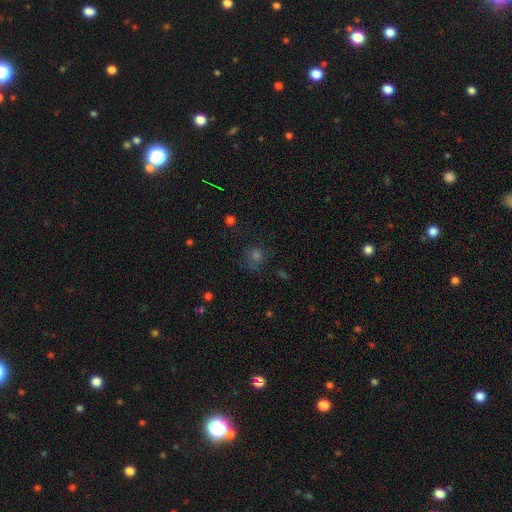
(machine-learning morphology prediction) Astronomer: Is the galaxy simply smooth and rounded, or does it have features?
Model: smooth — 54% (runner-up: star or artifact, 32%).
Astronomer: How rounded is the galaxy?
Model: round — 84%.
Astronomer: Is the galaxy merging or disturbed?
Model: none — 69%.